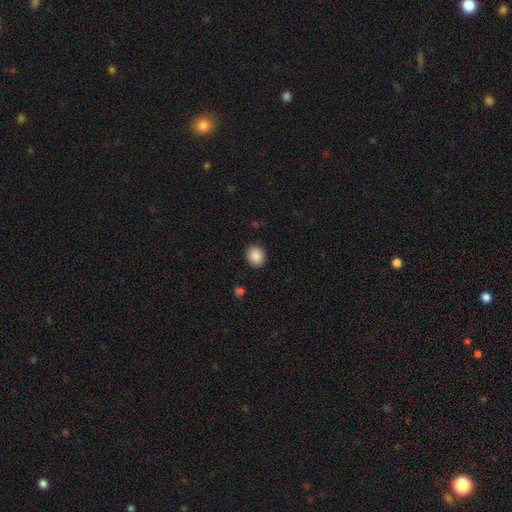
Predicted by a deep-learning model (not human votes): Smooth or featured: smooth — 88% (star or artifact — 8%)
How rounded: round — 77% (in between — 22%)
Merging: none — 90% (minor disturbance — 7%)